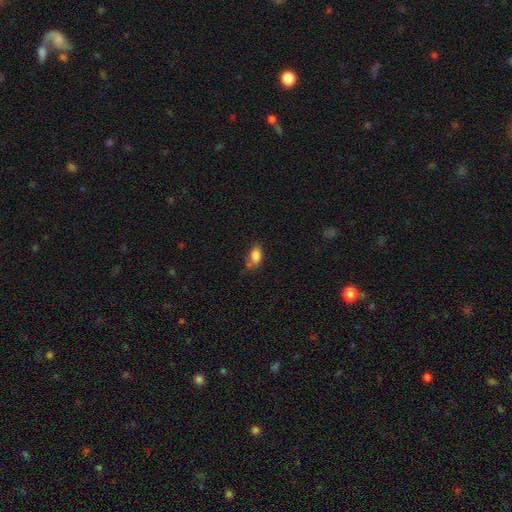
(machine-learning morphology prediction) Smooth or featured: smooth — 83% (star or artifact — 9%)
How rounded: in between — 89% (round — 8%)
Merging: none — 53% (minor disturbance — 26%)